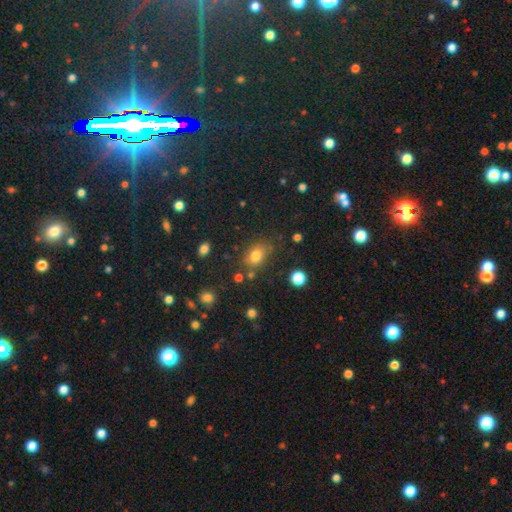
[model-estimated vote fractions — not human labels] Smooth or featured? smooth (78%)
How rounded? in between (63%)
Merging? none (67%)